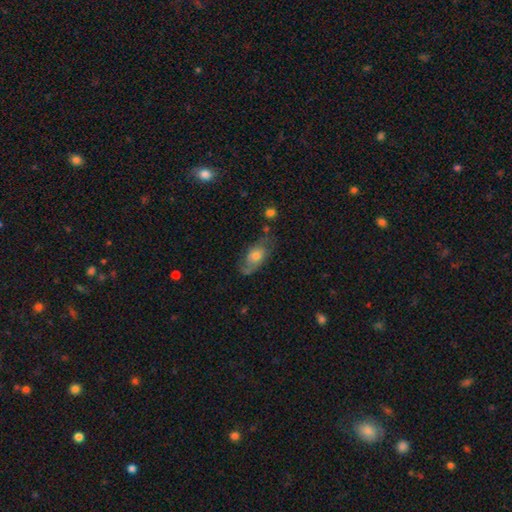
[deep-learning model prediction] smooth_or_featured: featured or disk (p=0.52) [alt: smooth p=0.40]
disk_edge_on: no (p=0.90) [alt: yes p=0.10]
merging: none (p=0.62) [alt: minor disturbance p=0.23]